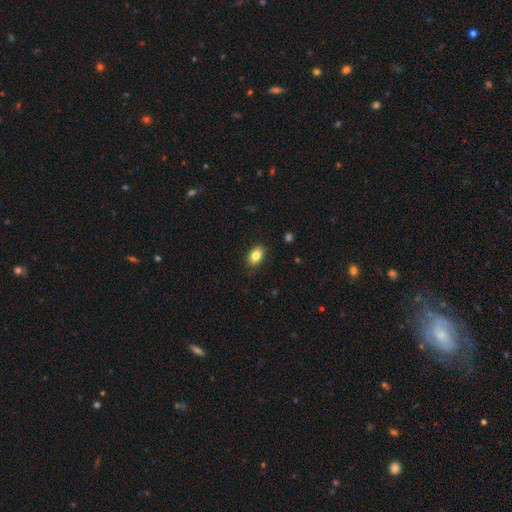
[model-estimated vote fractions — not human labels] This appears to be a smooth galaxy with no disk features (83%) that is in between round and cigar-shaped (88%). Merging: none (87%).